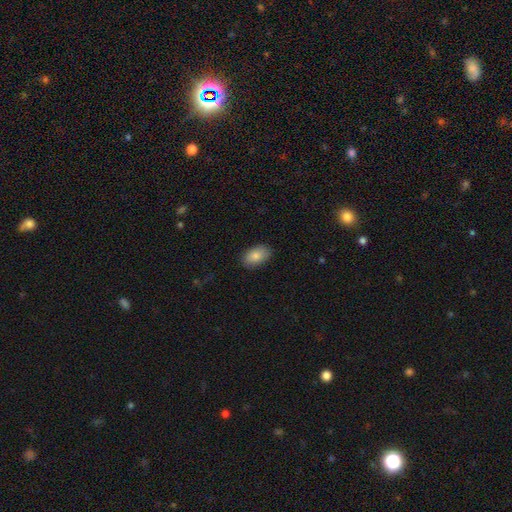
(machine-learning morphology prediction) This appears to be a smooth galaxy with no disk features (85%) that is in between round and cigar-shaped (92%). Merging: none (87%).